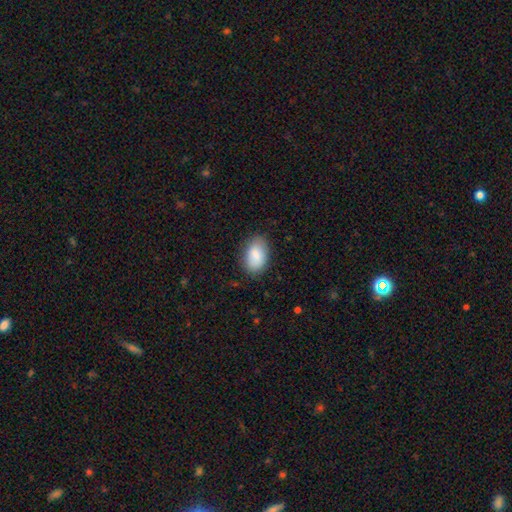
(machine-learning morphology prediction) The model was most divided on "merging": none: 80%, minor disturbance: 15%, major disturbance: 4%, merger: 1%. More confident: how rounded — in between (91%); smooth or featured — smooth (84%).